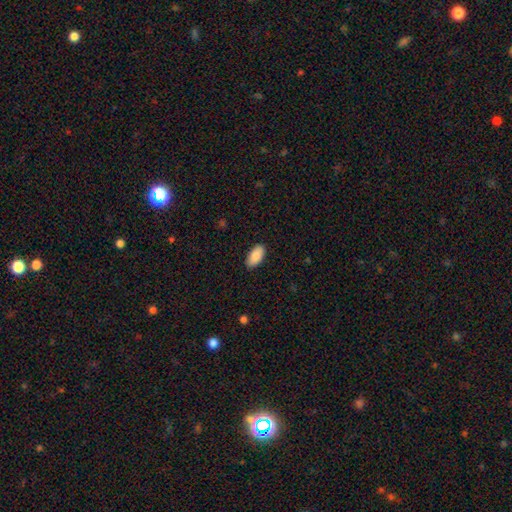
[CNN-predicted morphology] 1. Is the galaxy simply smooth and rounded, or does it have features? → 89% smooth, 6% star or artifact, 5% featured or disk.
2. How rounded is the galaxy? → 94% in between, 4% cigar-shaped, 2% round.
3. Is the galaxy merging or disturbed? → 88% none, 10% minor disturbance, 2% major disturbance, 1% merger.